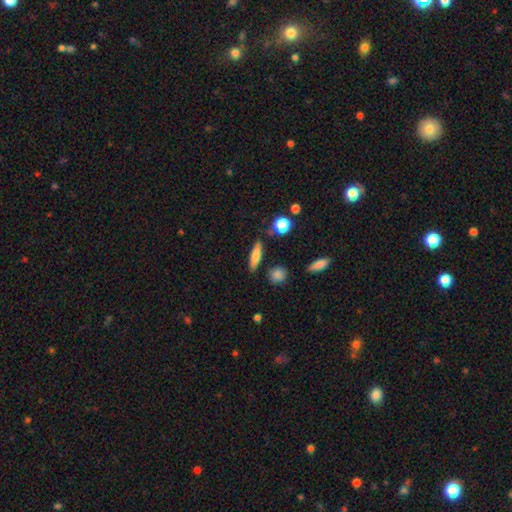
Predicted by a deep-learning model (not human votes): This is likely a smooth galaxy (70%). How rounded: likely cigar-shaped (65%). Merging: likely none (80%).